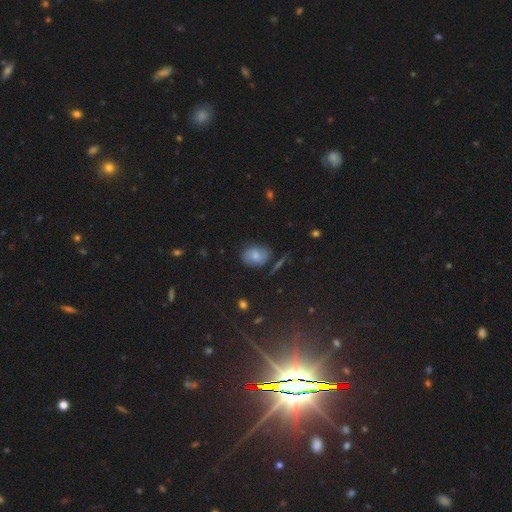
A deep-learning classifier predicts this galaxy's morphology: type=smooth (68%); roundness=in between (59%); merging=none (68%).